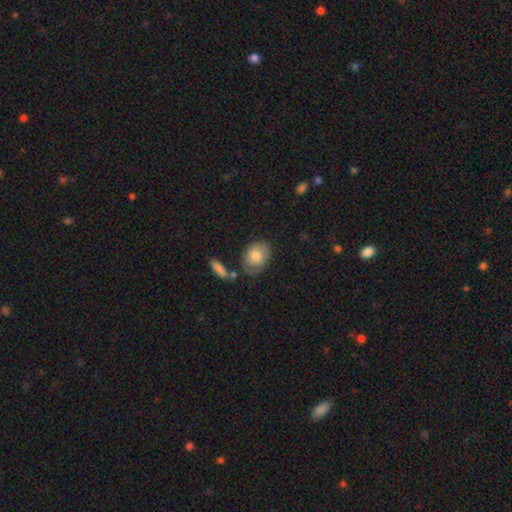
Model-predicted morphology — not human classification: A smooth galaxy with no disk features (76%) that is in between round and cigar-shaped (72%).

Vote fractions:
- Smooth or featured? smooth: 76% / featured or disk: 17% / star or artifact: 7%
- How rounded? in between: 72% / round: 27% / cigar-shaped: 2%
- Merging? none: 64% / minor disturbance: 21% / merger: 8% / major disturbance: 7%